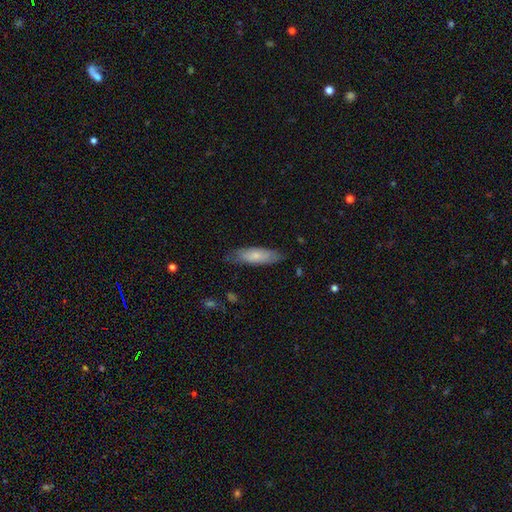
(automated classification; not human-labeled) A smooth galaxy with no disk features (72%) that is in between round and cigar-shaped (51%).

Vote fractions:
- Smooth or featured? smooth: 72% / featured or disk: 23% / star or artifact: 5%
- How rounded? in between: 51% / cigar-shaped: 47% / round: 2%
- Merging? none: 75% / minor disturbance: 20% / major disturbance: 4% / merger: 1%